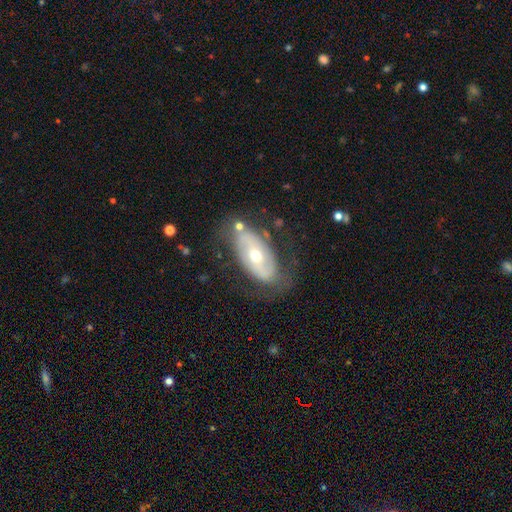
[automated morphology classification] Smooth or featured: featured or disk — 65% (smooth — 28%)
Edge-on disk: no — 90% (yes — 10%)
Bar: no — 56% (weak — 26%)
Spiral arms: yes — 56% (no — 44%)
Bulge size: moderate — 61% (small — 34%)
Merging: none — 65% (minor disturbance — 21%)